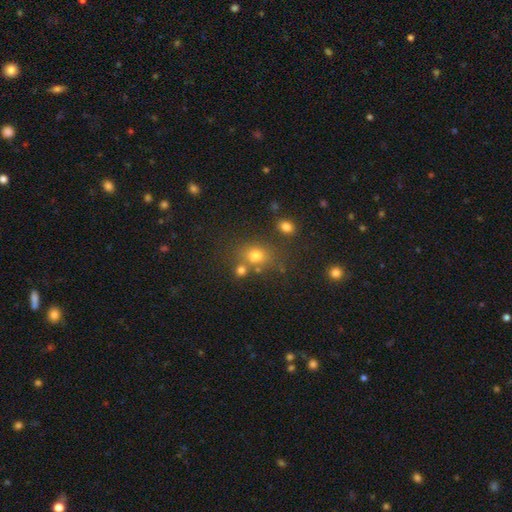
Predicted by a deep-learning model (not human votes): This is likely a smooth galaxy (70%). How rounded: likely round (61%). Merging: likely none (64%).